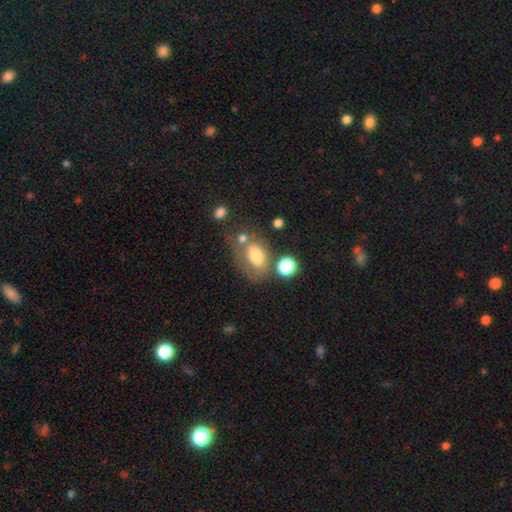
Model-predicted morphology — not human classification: The model was most divided on "merging": none: 41%, merger: 22%, minor disturbance: 21%, major disturbance: 15%. More confident: how rounded — in between (83%); smooth or featured — smooth (69%).